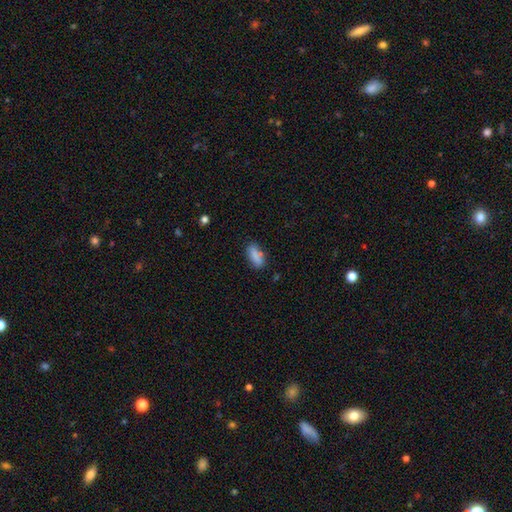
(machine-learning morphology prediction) This is clearly a smooth galaxy (84%). How rounded: likely in between (78%). Merging: likely none (78%).